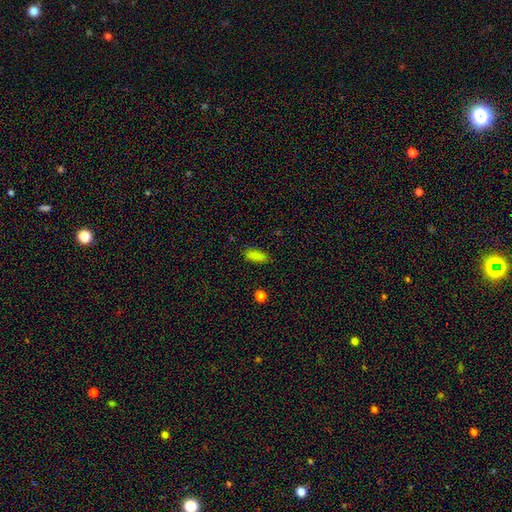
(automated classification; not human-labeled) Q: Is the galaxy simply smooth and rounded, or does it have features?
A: smooth — 85%.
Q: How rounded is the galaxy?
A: in between — 76%.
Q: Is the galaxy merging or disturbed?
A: none — 84%.